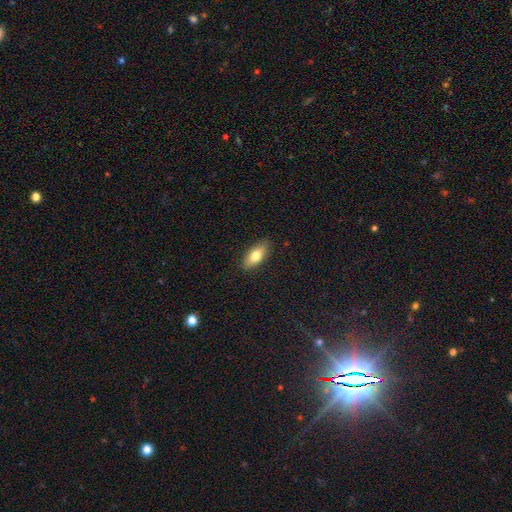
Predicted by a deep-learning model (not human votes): Smooth or featured: smooth — 73% (featured or disk — 21%)
How rounded: in between — 80% (cigar-shaped — 17%)
Merging: none — 88% (minor disturbance — 9%)